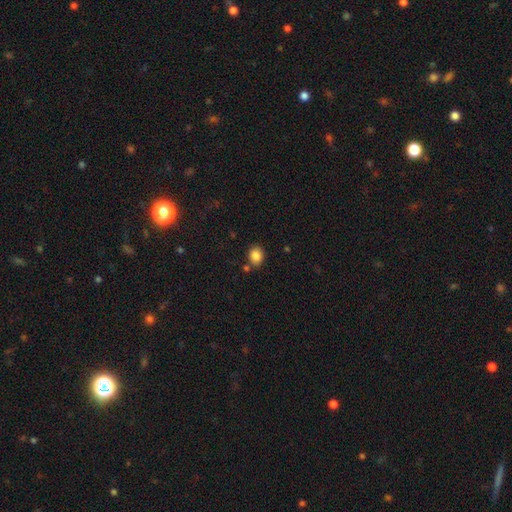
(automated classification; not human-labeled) This appears to be a smooth galaxy with no disk features (85%) that is round (61%). Merging: none (79%).